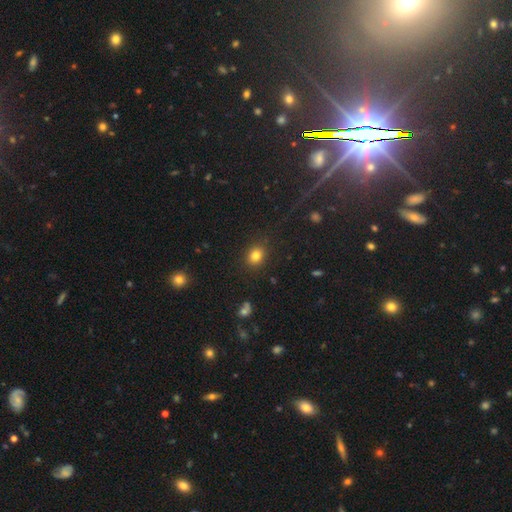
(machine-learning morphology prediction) A smooth galaxy with no disk features (81%) that is round (64%).

Vote fractions:
- Smooth or featured? smooth: 81% / star or artifact: 13% / featured or disk: 6%
- How rounded? round: 64% / in between: 35% / cigar-shaped: 1%
- Merging? none: 88% / minor disturbance: 8% / major disturbance: 3% / merger: 2%